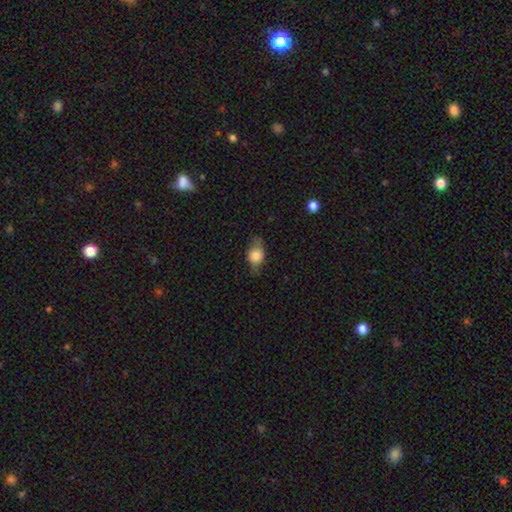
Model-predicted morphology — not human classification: This is likely a smooth galaxy (71%). How rounded: possibly in between (57%). Merging: likely none (61%).